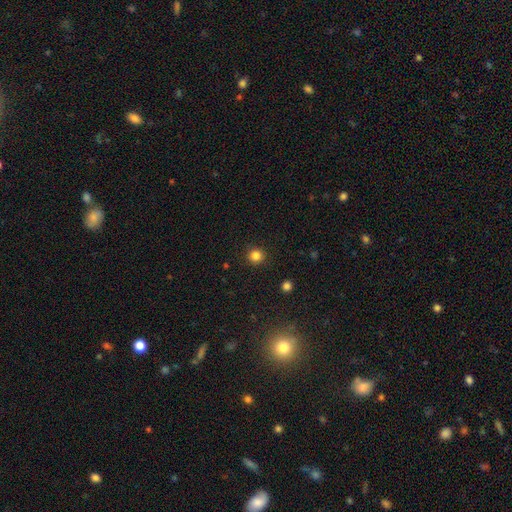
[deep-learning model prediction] smooth_or_featured: smooth (p=0.83) [alt: star or artifact p=0.13]
how_rounded: round (p=0.93) [alt: in between p=0.06]
merging: none (p=0.91) [alt: minor disturbance p=0.06]